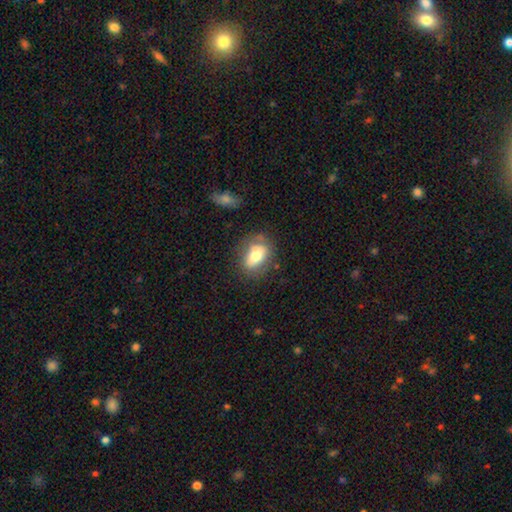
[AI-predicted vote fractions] smooth-or-featured: smooth: 66% | featured or disk: 27% | star or artifact: 8%
  how-rounded: in between: 80% | round: 17% | cigar-shaped: 3%
  merging: none: 67% | minor disturbance: 21% | major disturbance: 8% | merger: 4%